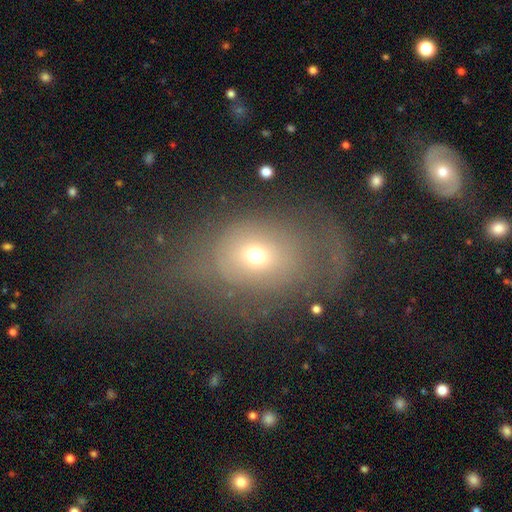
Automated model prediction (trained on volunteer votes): Morphology: type=smooth (54%); roundness=round (59%); merging=major disturbance (44%).